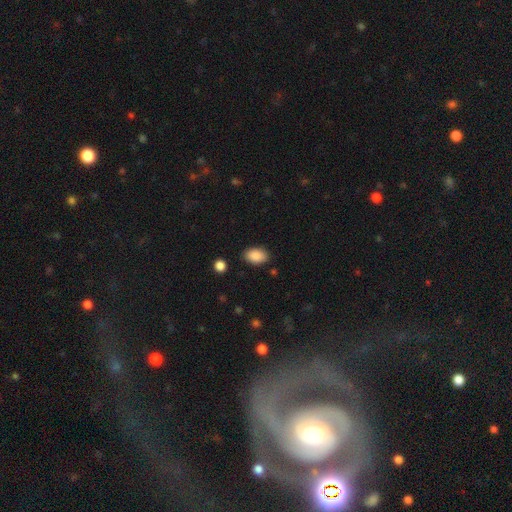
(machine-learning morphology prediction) This is clearly a smooth galaxy (89%). How rounded: clearly in between (89%). Merging: clearly none (86%).